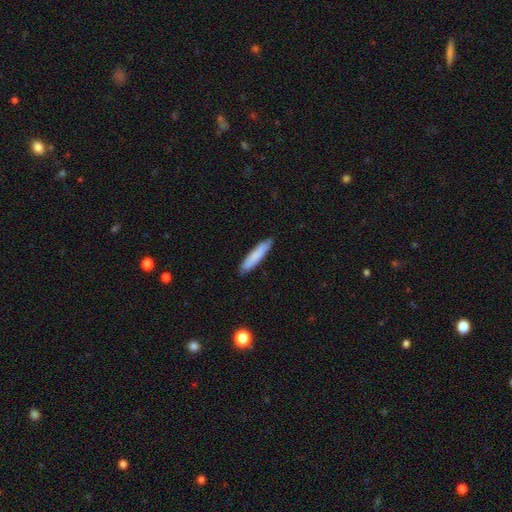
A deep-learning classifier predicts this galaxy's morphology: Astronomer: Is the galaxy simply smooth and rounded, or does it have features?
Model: smooth — 81%.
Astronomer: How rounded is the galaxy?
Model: cigar-shaped — 88%.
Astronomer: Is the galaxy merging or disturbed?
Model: none — 88%.